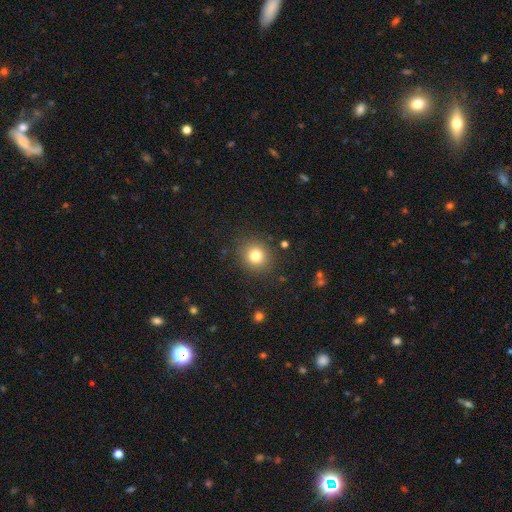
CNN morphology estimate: This is likely a smooth galaxy (80%). How rounded: clearly round (87%). Merging: clearly none (88%).